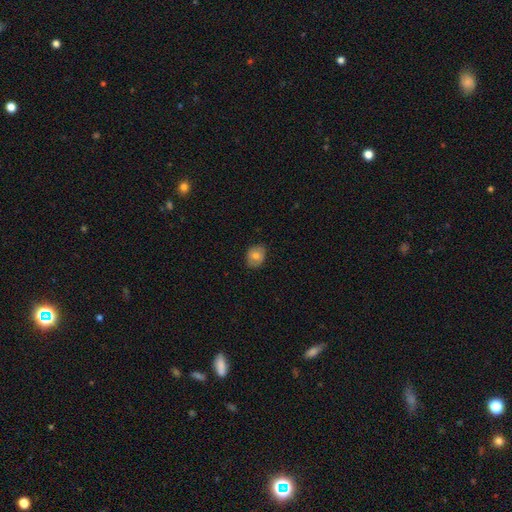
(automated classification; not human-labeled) Morphology: type=smooth (72%); roundness=round (50%); merging=none (82%).